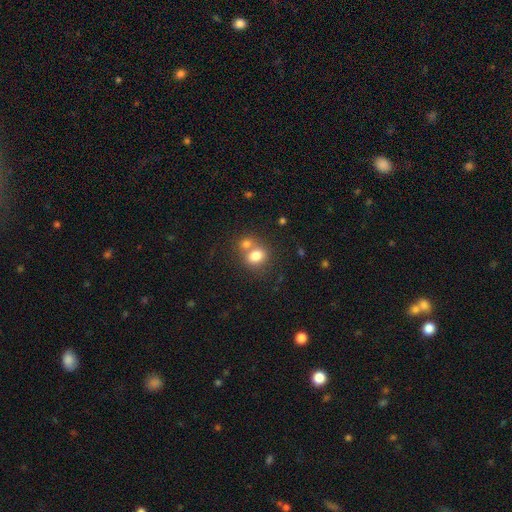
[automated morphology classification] smooth 78%, featured or disk 12%, star or artifact 10%. Down the decision tree: how rounded — in between (51%); merging — merger (45%).